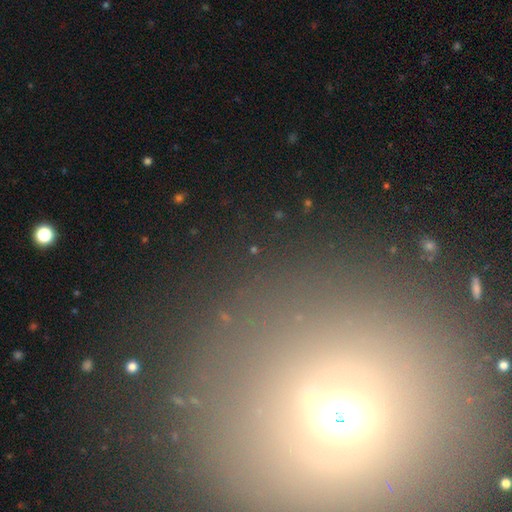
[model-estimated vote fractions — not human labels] Smooth or featured? Predicted: star or artifact (p=0.44).